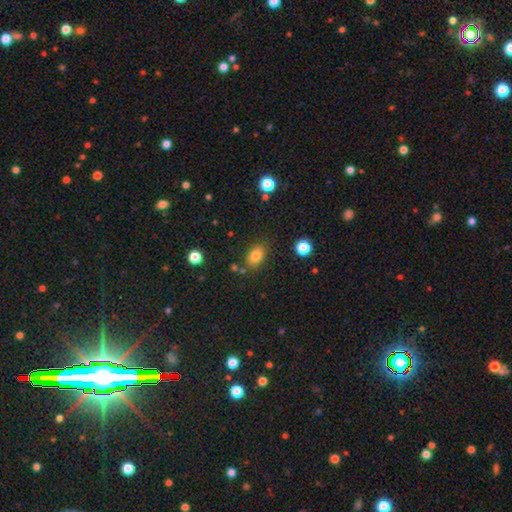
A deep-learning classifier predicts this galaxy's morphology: This is clearly a smooth galaxy (80%). How rounded: clearly in between (81%). Merging: likely none (78%).